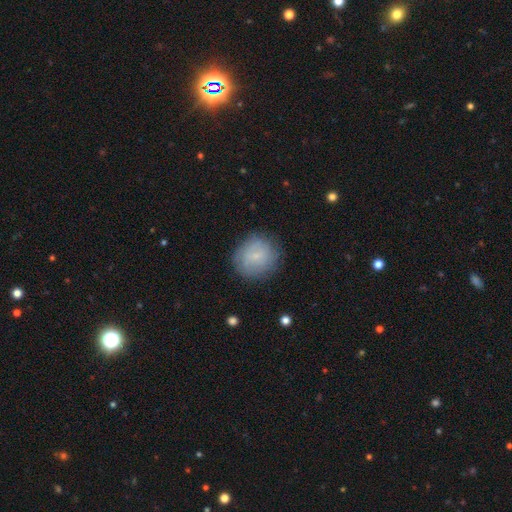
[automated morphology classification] Smooth or featured? Predicted: smooth (p=0.66). How rounded? Predicted: round (p=0.86). Merging? Predicted: none (p=0.80).